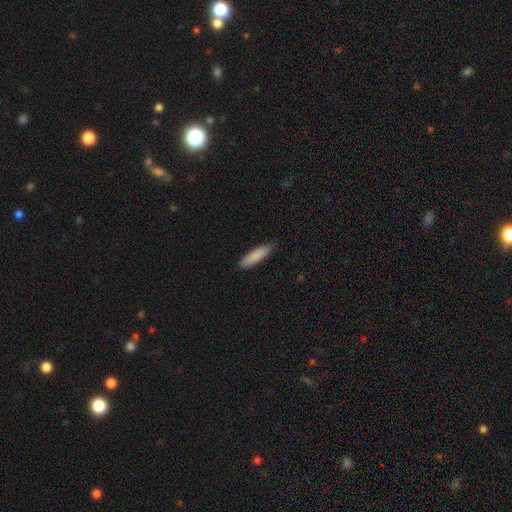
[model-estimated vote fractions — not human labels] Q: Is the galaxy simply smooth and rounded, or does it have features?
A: smooth — 86%.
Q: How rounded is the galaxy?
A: cigar-shaped — 60%.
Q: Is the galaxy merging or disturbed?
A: none — 75%.